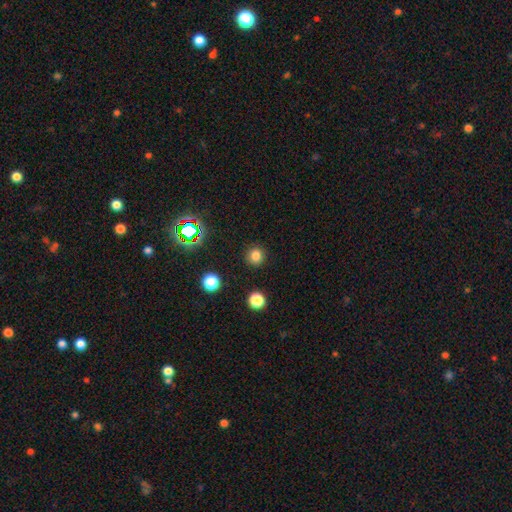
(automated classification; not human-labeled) Smooth or featured: smooth — 79% (star or artifact — 16%)
How rounded: round — 93% (in between — 6%)
Merging: none — 90% (minor disturbance — 6%)